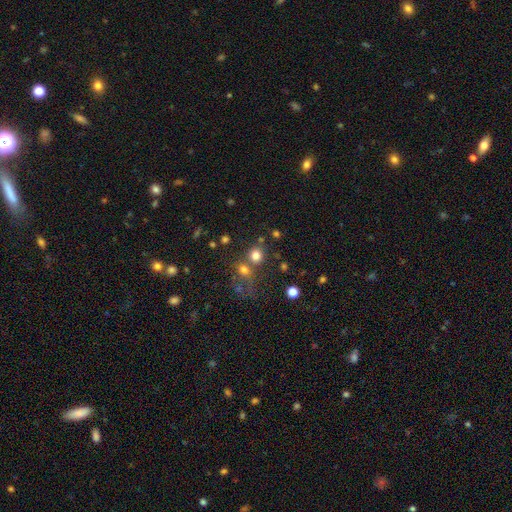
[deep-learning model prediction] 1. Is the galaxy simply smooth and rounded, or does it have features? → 77% smooth, 16% star or artifact, 7% featured or disk.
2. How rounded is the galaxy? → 84% round, 15% in between, 1% cigar-shaped.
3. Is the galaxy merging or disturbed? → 61% none, 26% merger, 8% minor disturbance, 5% major disturbance.